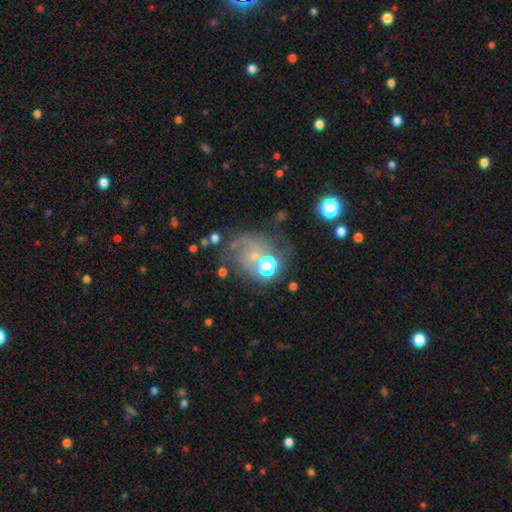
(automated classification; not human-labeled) smooth-or-featured: featured or disk: 50% | smooth: 28% | star or artifact: 21%
  disk-edge-on: no: 98% | yes: 2%
  merging: none: 41% | major disturbance: 28% | minor disturbance: 17% | merger: 14%